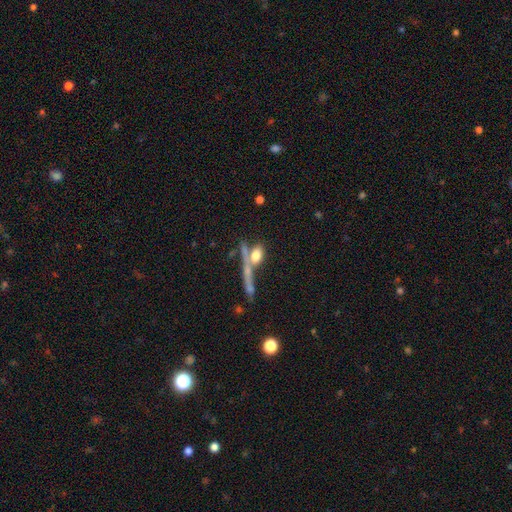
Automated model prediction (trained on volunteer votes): The model was most divided on "merging": none: 44%, merger: 33%, minor disturbance: 13%, major disturbance: 10%. More confident: smooth or featured — smooth (68%); how rounded — in between (55%).